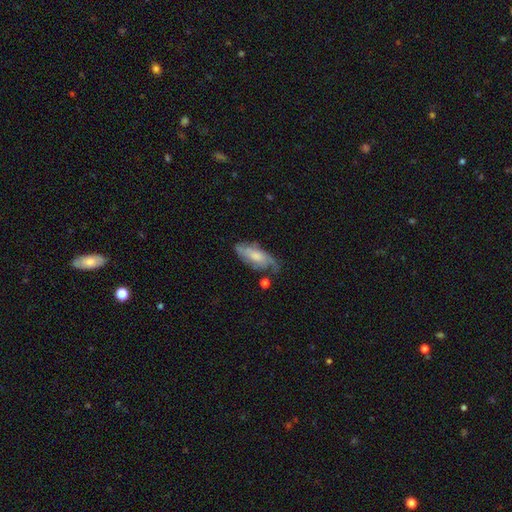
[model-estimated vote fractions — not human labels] The model was most divided on "merging": none: 49%, minor disturbance: 29%, major disturbance: 17%, merger: 5%. Remaining: edge-on disk — no (87%); spiral arms — yes (82%); bar — no (67%); smooth or featured — featured or disk (59%); bulge size — moderate (46%).